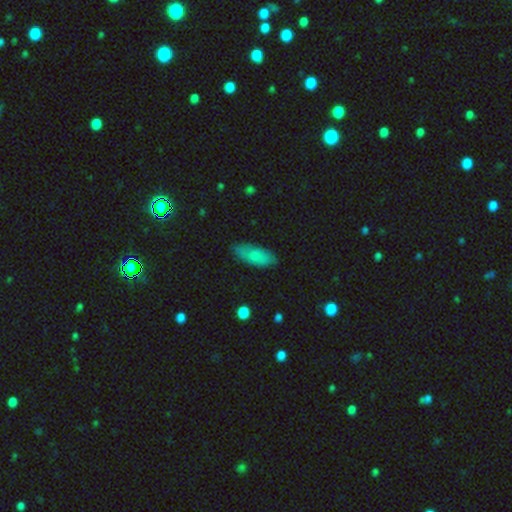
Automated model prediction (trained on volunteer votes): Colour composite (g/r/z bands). It shows a smooth galaxy with no disk features (78%) that is in between round and cigar-shaped (81%). Merging: none (77%).